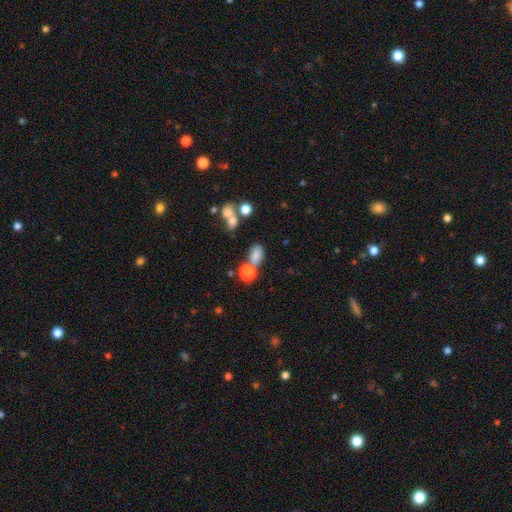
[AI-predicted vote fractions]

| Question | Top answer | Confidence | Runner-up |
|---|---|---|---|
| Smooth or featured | smooth | 75% | star or artifact (15%) |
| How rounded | in between | 77% | round (21%) |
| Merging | none | 51% | merger (28%) |